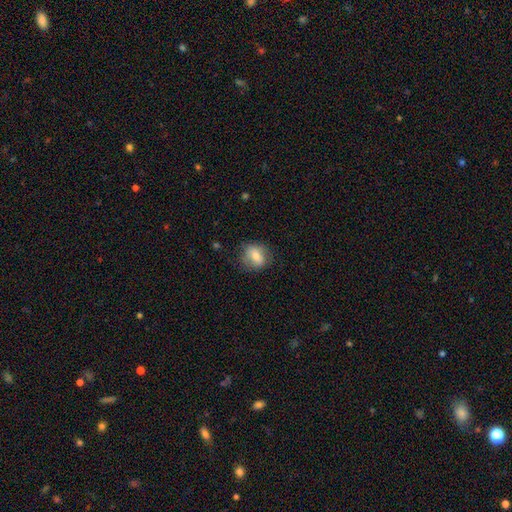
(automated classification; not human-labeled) This appears to be a smooth galaxy with no disk features (70%) that is round (62%). Merging: none (73%).